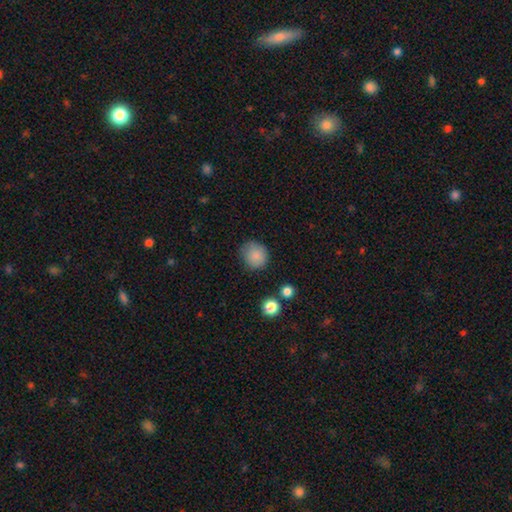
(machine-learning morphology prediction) type=smooth (85%); roundness=round (90%); merging=none (79%).